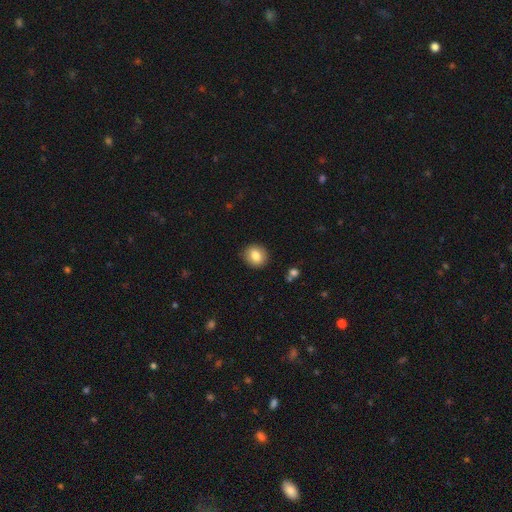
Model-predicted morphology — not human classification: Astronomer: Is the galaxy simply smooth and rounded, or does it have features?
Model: smooth — 82%.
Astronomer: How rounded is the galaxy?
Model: round — 75%.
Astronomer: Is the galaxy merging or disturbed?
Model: none — 89%.